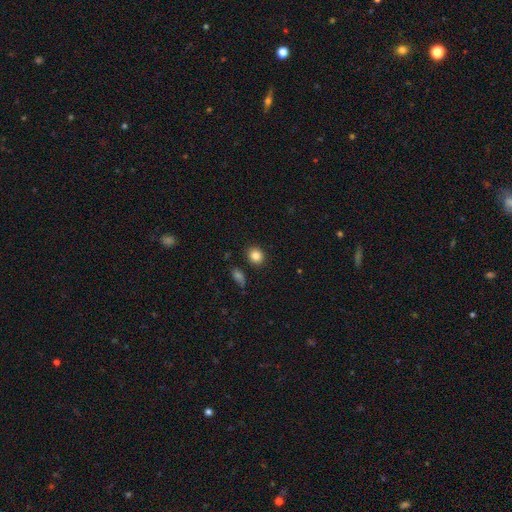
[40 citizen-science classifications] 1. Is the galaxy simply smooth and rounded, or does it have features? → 85% smooth, 10% star or artifact, 5% featured or disk.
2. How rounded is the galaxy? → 88% round, 12% in between, 0% cigar-shaped.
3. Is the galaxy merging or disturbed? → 92% none, 6% minor disturbance, 3% merger, 0% major disturbance.